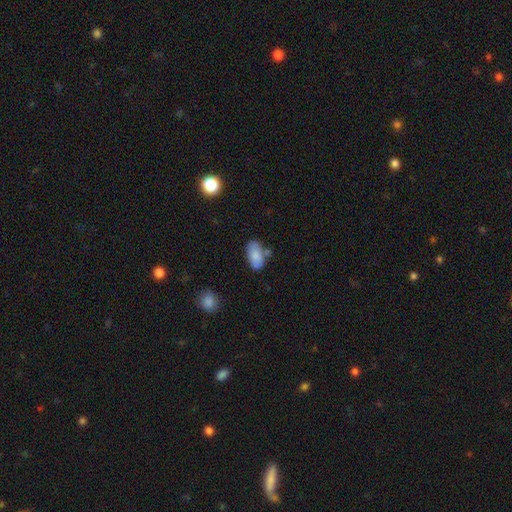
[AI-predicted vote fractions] Smooth or featured?
  - smooth: 81% *
  - featured or disk: 12%
  - star or artifact: 7%
How rounded?
  - in between: 94% *
  - round: 4%
  - cigar-shaped: 3%
Merging?
  - none: 60% *
  - minor disturbance: 21%
  - merger: 13%
  - major disturbance: 5%